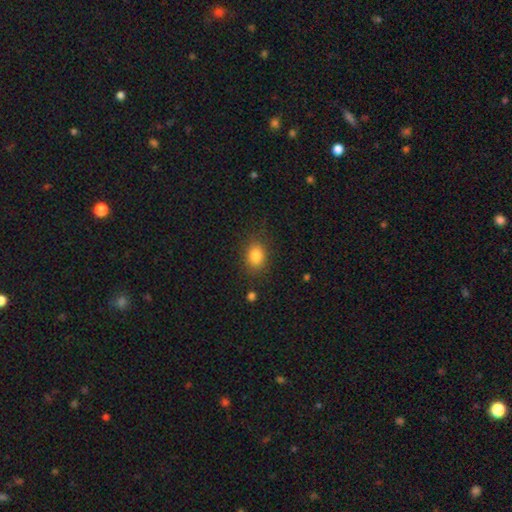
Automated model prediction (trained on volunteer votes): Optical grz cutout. It shows a smooth galaxy with no disk features (83%) that is in between round and cigar-shaped (59%). Merging: none (83%).